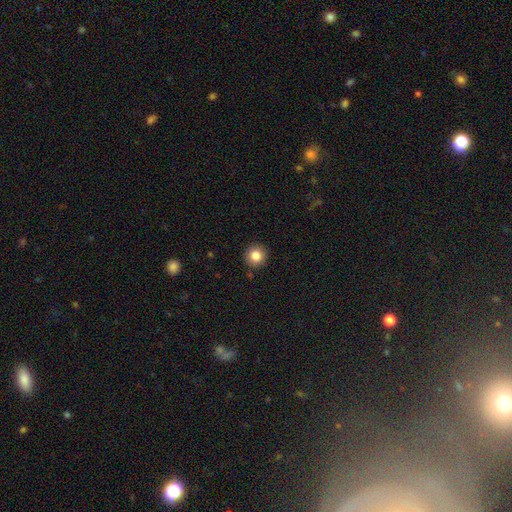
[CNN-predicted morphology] Q: Smooth or featured?
A: smooth (84%); runner-up: star or artifact (10%)
Q: How rounded?
A: round (94%); runner-up: in between (5%)
Q: Merging?
A: none (91%); runner-up: minor disturbance (6%)